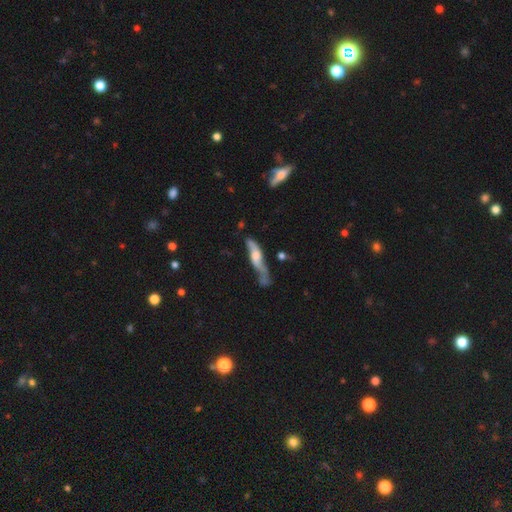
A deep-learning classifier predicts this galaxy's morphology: Smooth or featured?
  - featured or disk: 58% *
  - smooth: 35%
  - star or artifact: 7%
Edge-on disk?
  - yes: 55% *
  - no: 45%
Merging?
  - none: 36% *
  - minor disturbance: 24%
  - major disturbance: 20%
  - merger: 20%